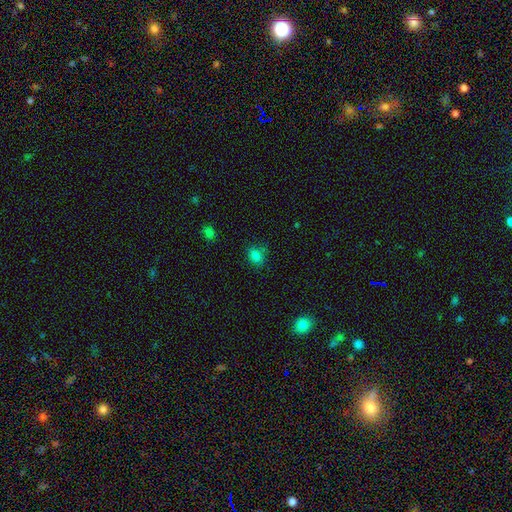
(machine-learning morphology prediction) The model was most divided on "how rounded": in between: 50%, round: 49%, cigar-shaped: 1%. More confident: smooth or featured — smooth (79%); merging — none (74%).